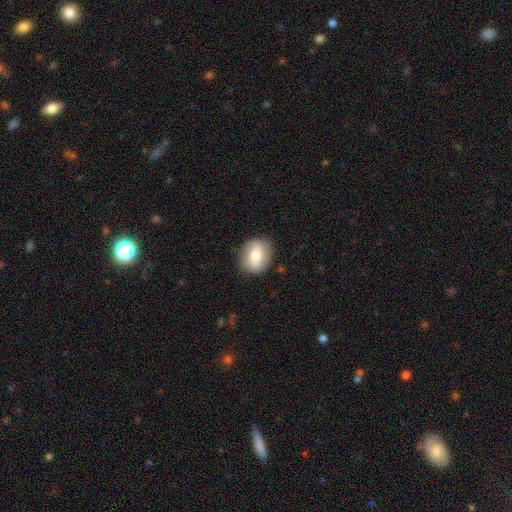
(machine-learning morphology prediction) The model was most divided on "how rounded": in between: 52%, round: 46%, cigar-shaped: 2%. More confident: merging — none (83%); smooth or featured — smooth (57%).